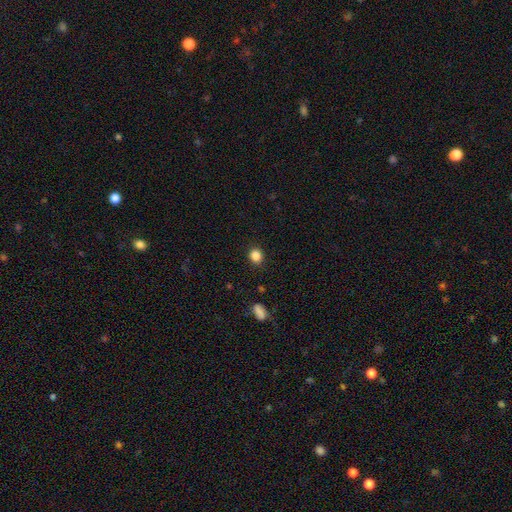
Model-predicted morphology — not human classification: Smooth or featured? Predicted: smooth (p=0.85). How rounded? Predicted: round (p=0.78). Merging? Predicted: none (p=0.89).